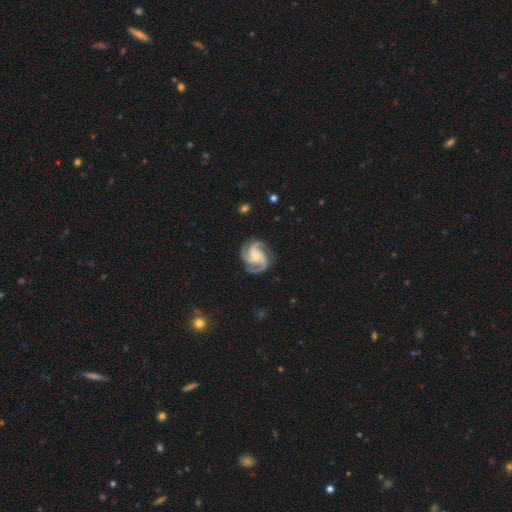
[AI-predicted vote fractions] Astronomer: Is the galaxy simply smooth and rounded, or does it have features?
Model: featured or disk — 93%.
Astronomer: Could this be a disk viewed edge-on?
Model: no — 99%.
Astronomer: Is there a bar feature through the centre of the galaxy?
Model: no — 65%.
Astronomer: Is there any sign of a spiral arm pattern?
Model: yes — 99%.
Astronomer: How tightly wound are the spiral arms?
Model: medium — 48% (runner-up: tight, 46%).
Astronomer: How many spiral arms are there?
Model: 3 — 76%.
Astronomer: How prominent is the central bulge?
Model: small — 49% (runner-up: moderate, 34%).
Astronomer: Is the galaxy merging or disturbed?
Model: none — 81%.